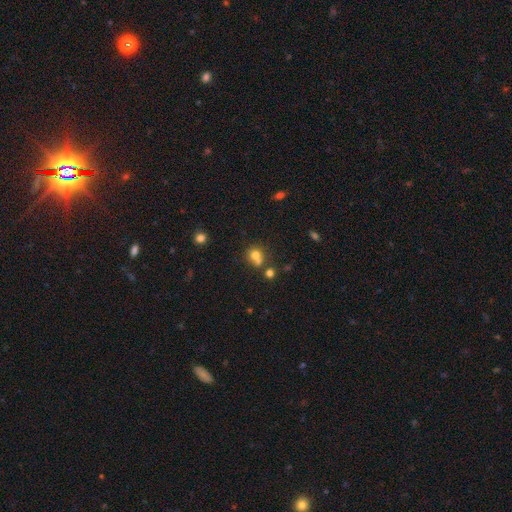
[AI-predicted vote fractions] This appears to be a smooth galaxy with no disk features (72%) that is round (82%). Merging: merger (45%).